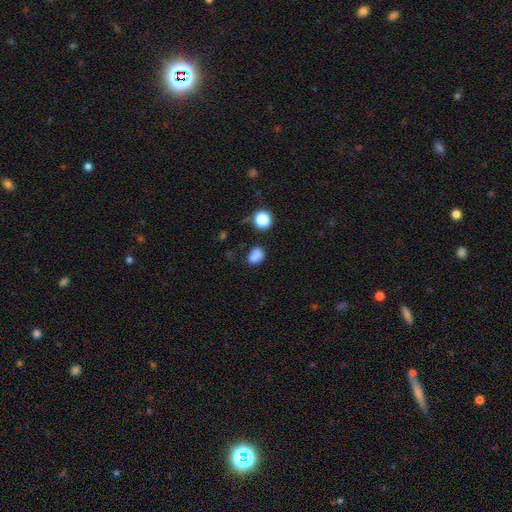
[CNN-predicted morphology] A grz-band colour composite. It shows a smooth galaxy with no disk features (84%) that is in between round and cigar-shaped (71%). Merging: none (78%).